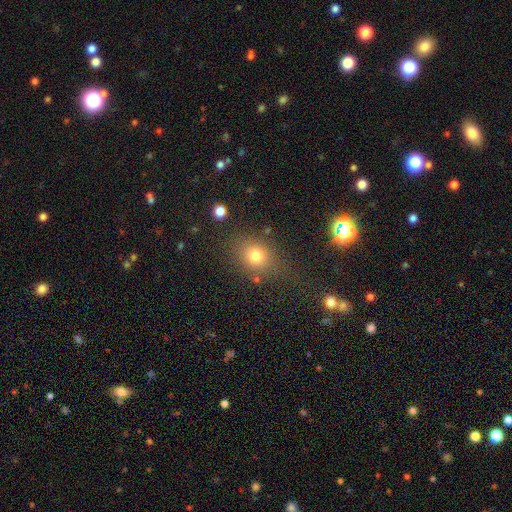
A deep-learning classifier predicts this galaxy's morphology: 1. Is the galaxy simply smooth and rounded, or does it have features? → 75% smooth, 15% star or artifact, 9% featured or disk.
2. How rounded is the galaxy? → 54% round, 44% in between, 2% cigar-shaped.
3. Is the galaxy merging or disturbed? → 69% none, 16% minor disturbance, 8% major disturbance, 6% merger.